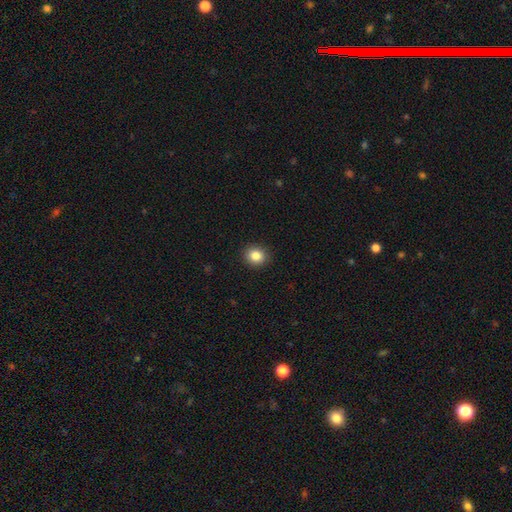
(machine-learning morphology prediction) Smooth or featured? smooth (85%)
How rounded? round (81%)
Merging? none (92%)